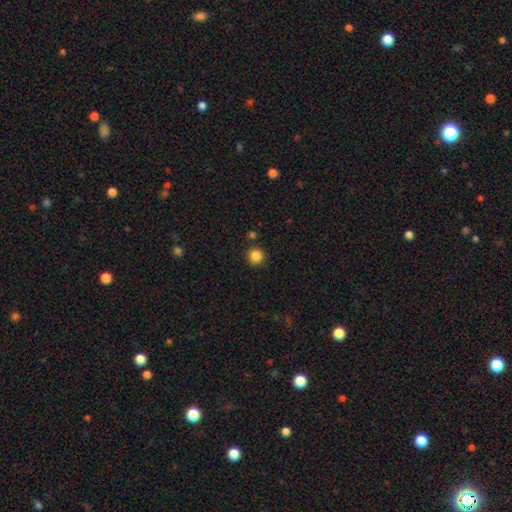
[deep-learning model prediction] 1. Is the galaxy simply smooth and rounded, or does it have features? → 85% smooth, 11% star or artifact, 4% featured or disk.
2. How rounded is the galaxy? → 93% round, 6% in between, 1% cigar-shaped.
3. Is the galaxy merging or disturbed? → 88% none, 6% minor disturbance, 4% merger, 2% major disturbance.